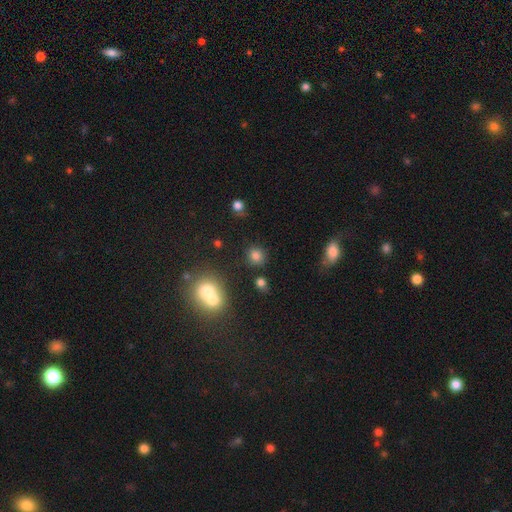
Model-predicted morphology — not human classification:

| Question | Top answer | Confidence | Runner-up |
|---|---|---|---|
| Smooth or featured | smooth | 79% | star or artifact (15%) |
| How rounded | round | 82% | in between (17%) |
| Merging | none | 80% | minor disturbance (10%) |